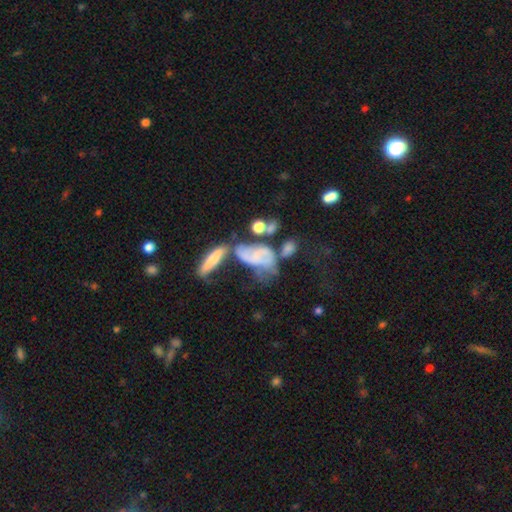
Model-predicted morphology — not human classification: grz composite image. It shows a featured or disk galaxy (55%). Merging: merger (40%).